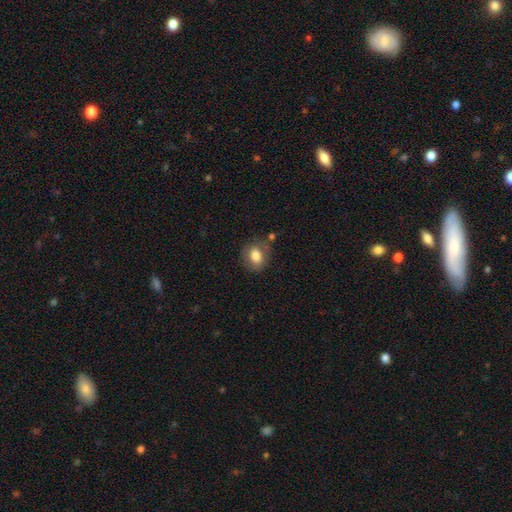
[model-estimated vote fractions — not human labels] A smooth galaxy with no disk features (80%) that is round (57%).

Vote fractions:
- Smooth or featured? smooth: 80% / featured or disk: 12% / star or artifact: 8%
- How rounded? round: 57% / in between: 42% / cigar-shaped: 1%
- Merging? none: 74% / minor disturbance: 16% / major disturbance: 5% / merger: 5%